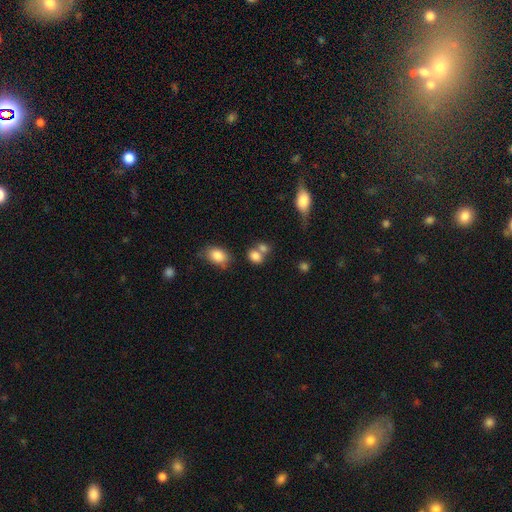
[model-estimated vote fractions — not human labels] This appears to be a smooth galaxy with no disk features (79%) that is in between round and cigar-shaped (56%). Merging: merger (42%).